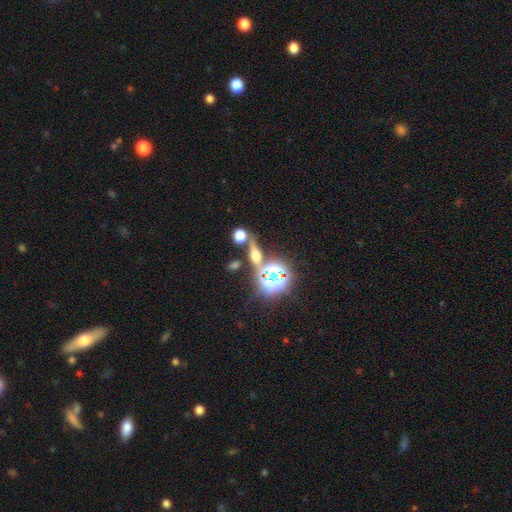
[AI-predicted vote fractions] Smooth or featured? Predicted: featured or disk (p=0.39). Merging? Predicted: none (p=0.70).